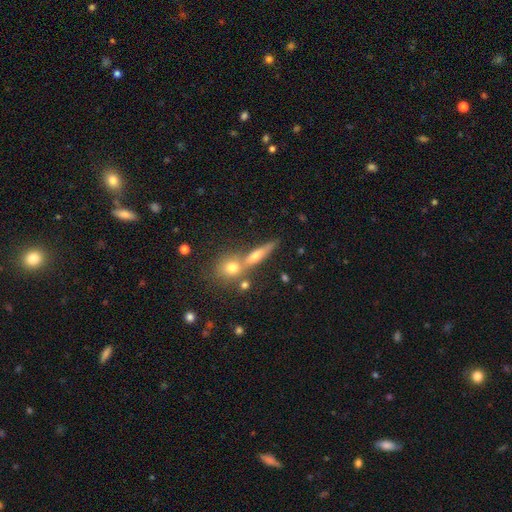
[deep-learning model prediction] Smooth or featured? Predicted: smooth (p=0.58). How rounded? Predicted: cigar-shaped (p=0.62). Merging? Predicted: none (p=0.59).